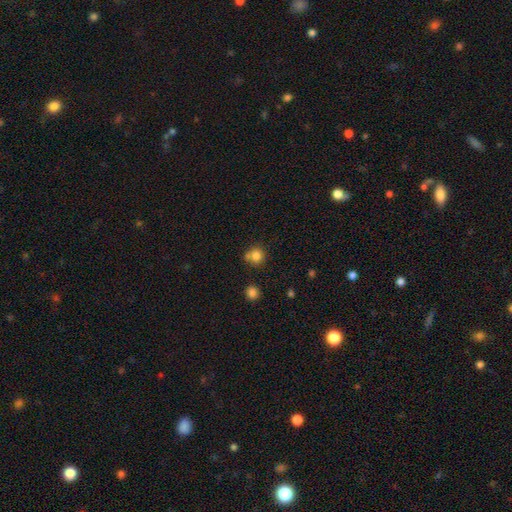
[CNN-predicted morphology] A smooth galaxy with no disk features (81%) that is round (88%). Merging: none (61%).